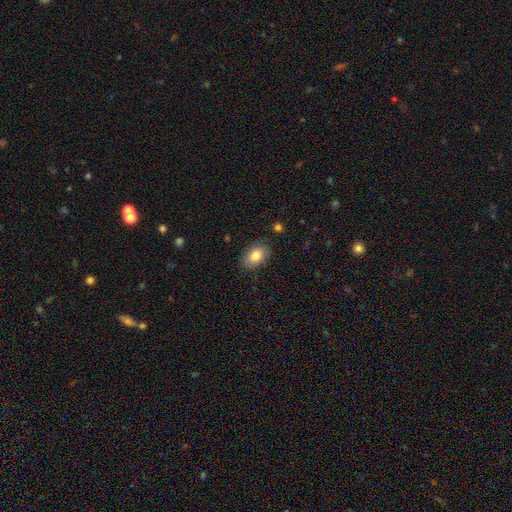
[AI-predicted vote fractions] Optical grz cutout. It shows a smooth galaxy with no disk features (80%) that is in between round and cigar-shaped (86%). Merging: none (84%).